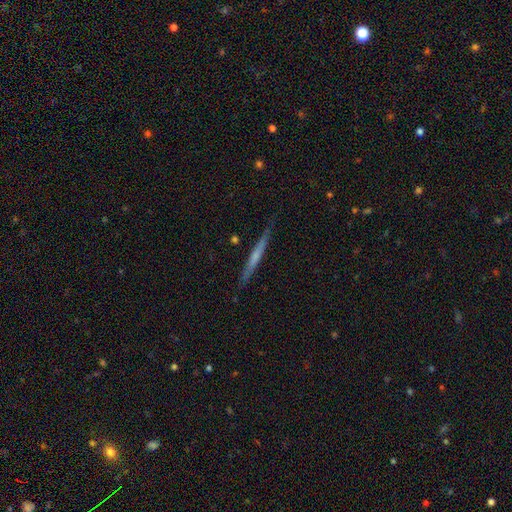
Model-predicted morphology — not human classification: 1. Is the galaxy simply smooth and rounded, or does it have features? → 52% featured or disk, 43% smooth, 6% star or artifact.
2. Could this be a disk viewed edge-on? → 97% yes, 3% no.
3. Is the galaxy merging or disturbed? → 86% none, 10% minor disturbance, 2% major disturbance, 1% merger.